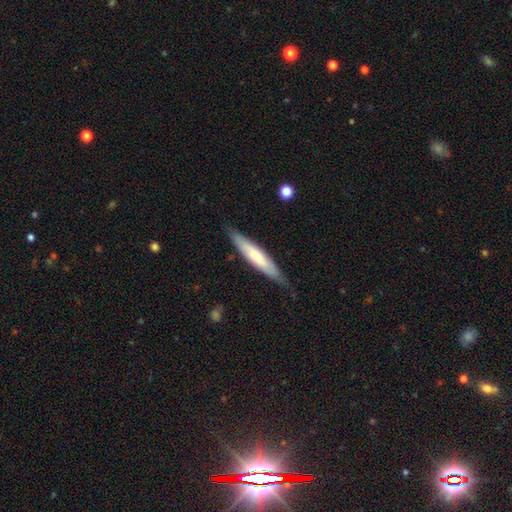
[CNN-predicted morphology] Smooth or featured: featured or disk — 50% (smooth — 42%)
Edge-on disk: yes — 88% (no — 12%)
Merging: none — 83% (minor disturbance — 14%)